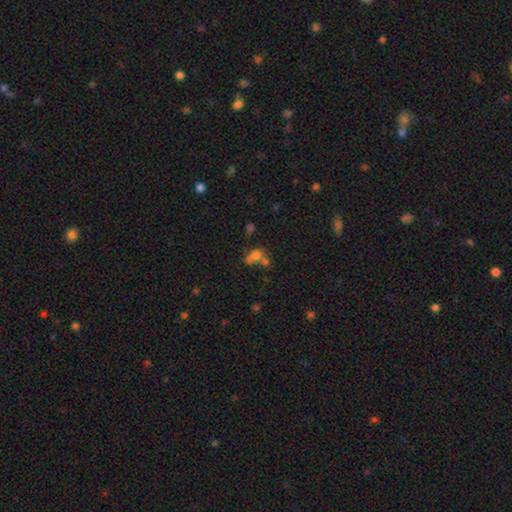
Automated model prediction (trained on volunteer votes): This appears to be a smooth galaxy with no disk features (66%) that is in between round and cigar-shaped (64%). Merging: merger (49%).